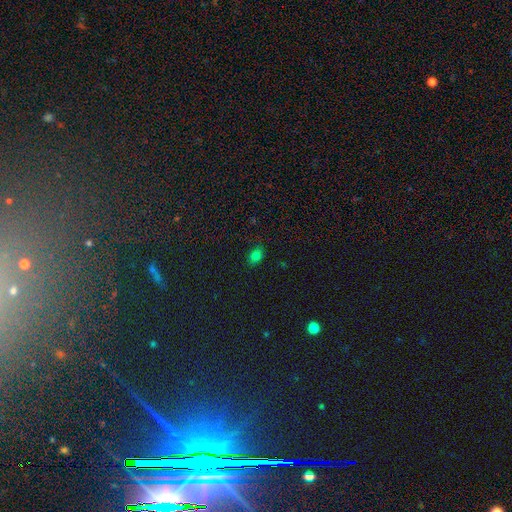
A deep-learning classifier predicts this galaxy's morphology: Smooth or featured: smooth — 78% (star or artifact — 17%)
How rounded: in between — 73% (round — 26%)
Merging: none — 80% (minor disturbance — 16%)